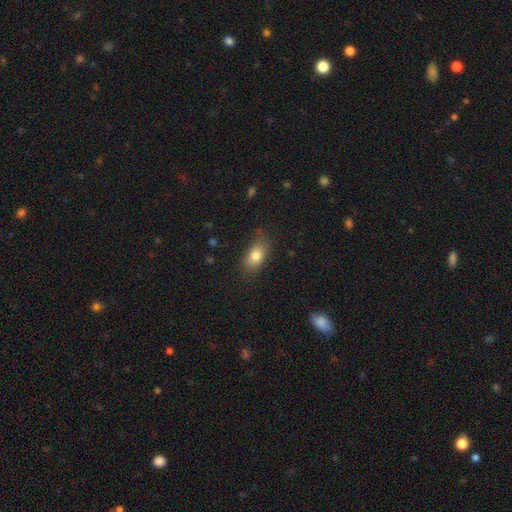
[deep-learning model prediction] Smooth or featured? smooth (81%)
How rounded? in between (86%)
Merging? none (79%)